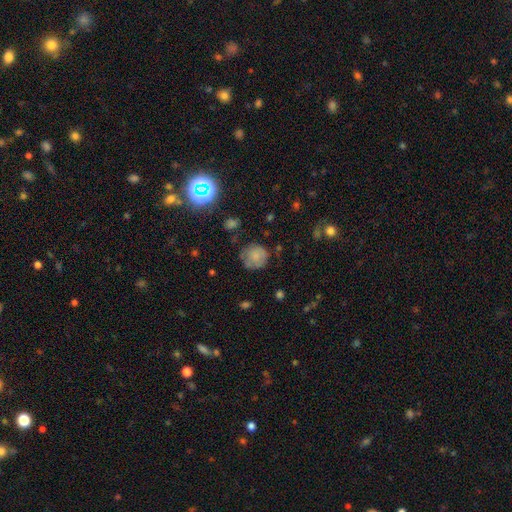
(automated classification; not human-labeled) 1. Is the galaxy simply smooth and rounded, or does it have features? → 70% smooth, 19% featured or disk, 11% star or artifact.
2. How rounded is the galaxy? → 88% round, 11% in between, 1% cigar-shaped.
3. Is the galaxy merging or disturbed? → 64% none, 24% minor disturbance, 10% major disturbance, 3% merger.